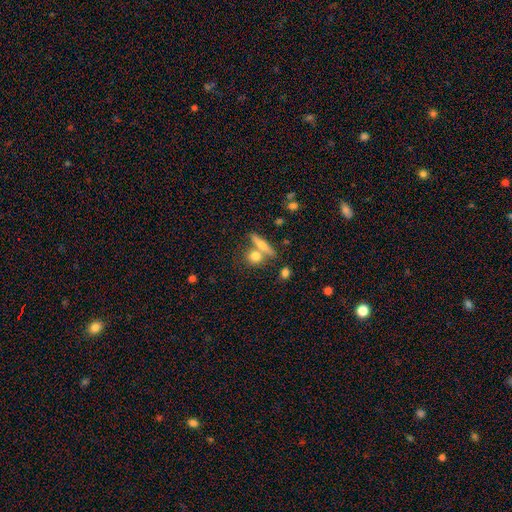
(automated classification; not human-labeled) Morphology: type=smooth (55%); roundness=round (43%); merging=none (59%).